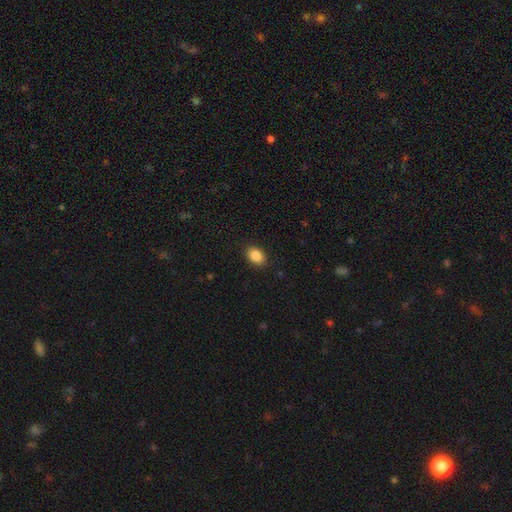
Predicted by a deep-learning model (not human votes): Q: Smooth or featured?
A: smooth (87%); runner-up: star or artifact (8%)
Q: How rounded?
A: in between (77%); runner-up: round (22%)
Q: Merging?
A: none (89%); runner-up: minor disturbance (8%)